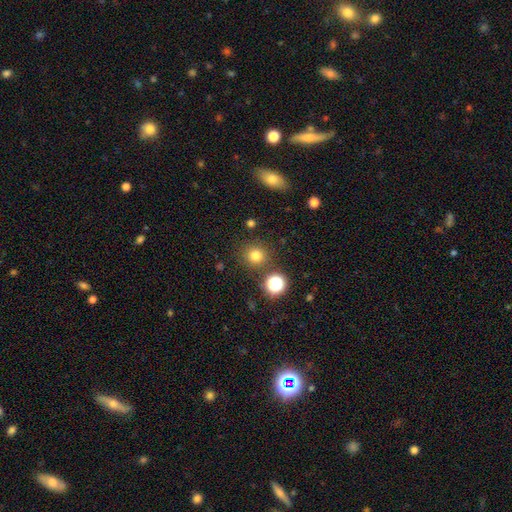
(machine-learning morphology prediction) Smooth or featured? Predicted: smooth (p=0.77). How rounded? Predicted: round (p=0.92). Merging? Predicted: none (p=0.84).